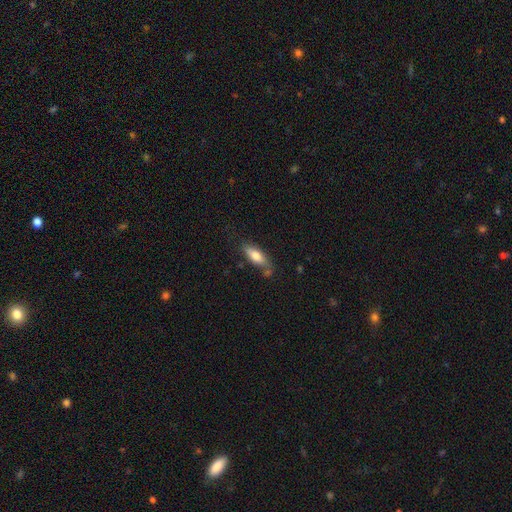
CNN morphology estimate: This appears to be a smooth galaxy with no disk features (74%) that is in between round and cigar-shaped (67%). Merging: none (65%).